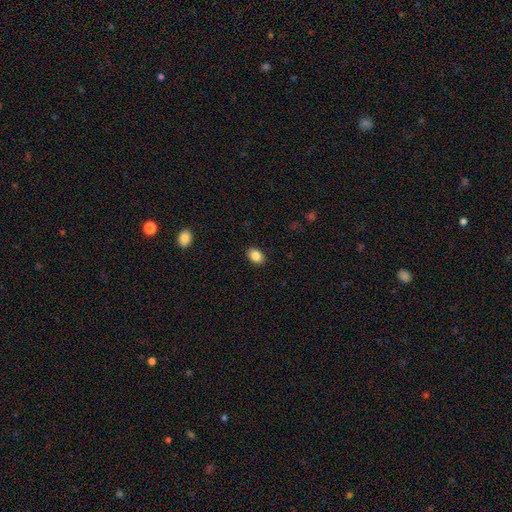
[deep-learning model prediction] A smooth galaxy with no disk features (86%) that is in between round and cigar-shaped (75%).

Vote fractions:
- Smooth or featured? smooth: 86% / star or artifact: 9% / featured or disk: 5%
- How rounded? in between: 75% / round: 24% / cigar-shaped: 1%
- Merging? none: 89% / minor disturbance: 8% / major disturbance: 2% / merger: 1%